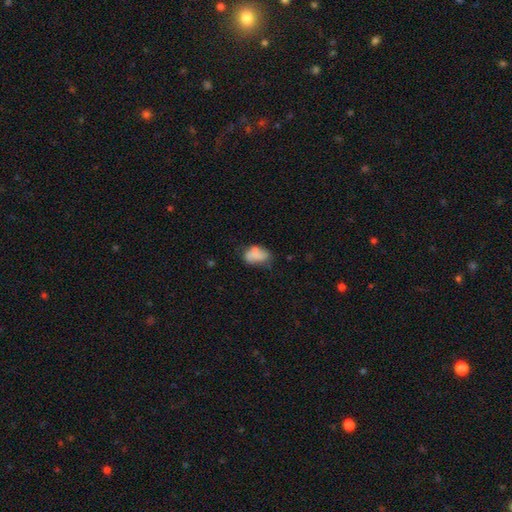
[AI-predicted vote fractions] Smooth or featured? smooth (71%)
How rounded? in between (87%)
Merging? none (39%)